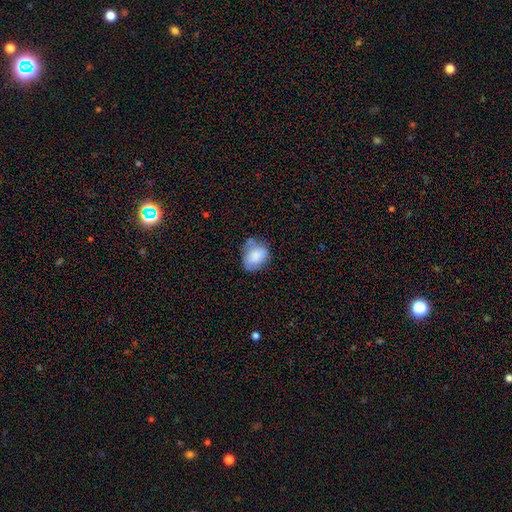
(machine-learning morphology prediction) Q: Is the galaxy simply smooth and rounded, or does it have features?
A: smooth — 76%.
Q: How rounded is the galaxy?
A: in between — 64%.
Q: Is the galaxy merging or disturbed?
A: none — 49%.